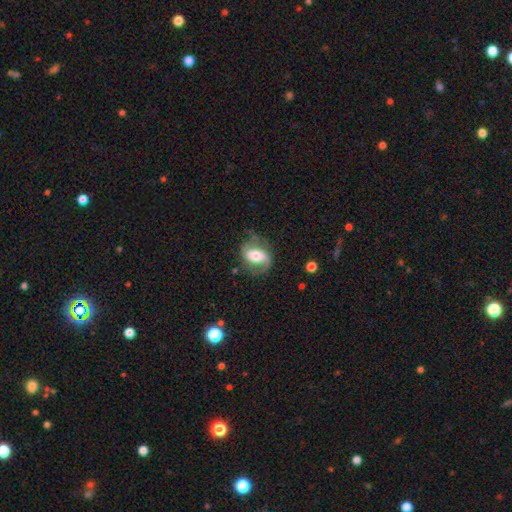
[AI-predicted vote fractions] This appears to be a featured or disk galaxy (58%) with a weak bar (35%), spiral arms (77%) and a moderate central bulge (56%). Merging: none (65%).